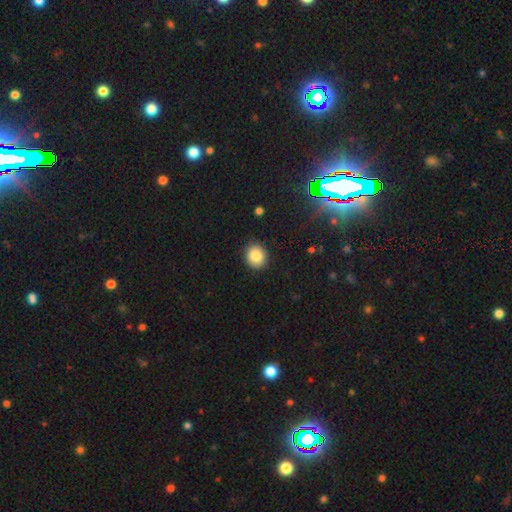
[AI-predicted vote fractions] This appears to be a smooth galaxy with no disk features (84%) that is round (74%). Merging: none (89%).